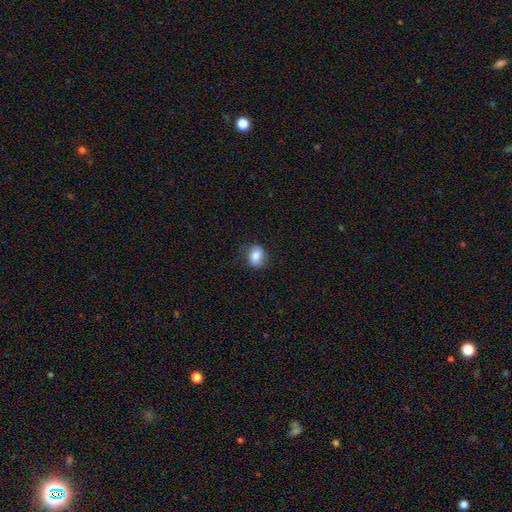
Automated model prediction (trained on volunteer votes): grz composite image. It shows a smooth galaxy with no disk features (79%) that is in between round and cigar-shaped (56%). Merging: none (73%).